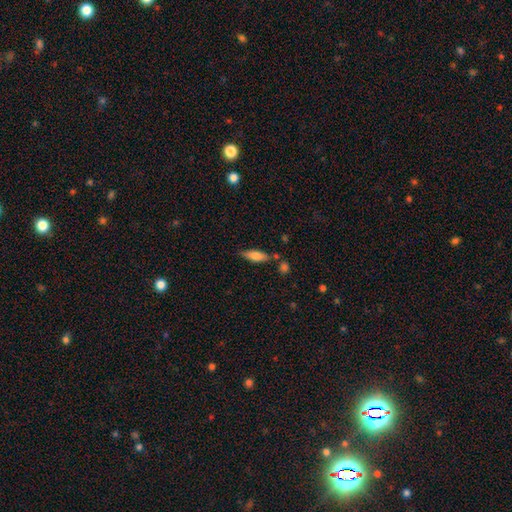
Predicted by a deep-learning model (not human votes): This appears to be a smooth galaxy with no disk features (70%) that is in between round and cigar-shaped (54%). Merging: none (70%).